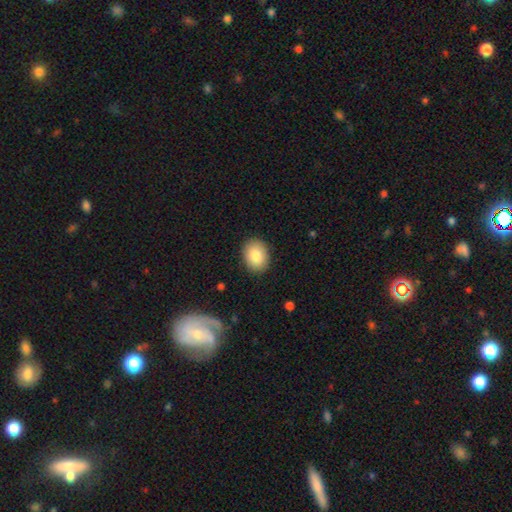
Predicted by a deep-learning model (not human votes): A smooth galaxy with no disk features (84%) that is in between round and cigar-shaped (67%).

Vote fractions:
- Smooth or featured? smooth: 84% / featured or disk: 9% / star or artifact: 8%
- How rounded? in between: 67% / round: 32% / cigar-shaped: 1%
- Merging? none: 88% / minor disturbance: 9% / major disturbance: 2% / merger: 1%